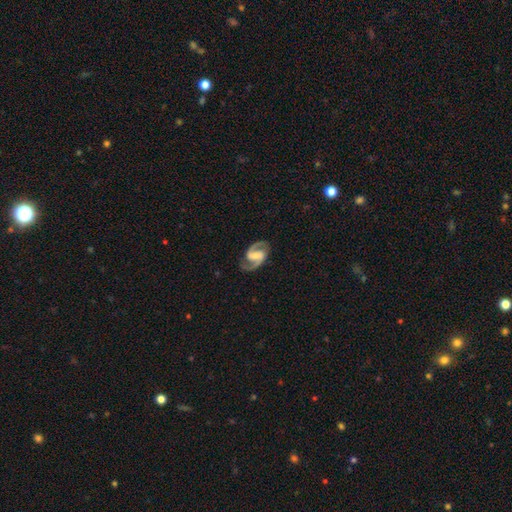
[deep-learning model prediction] A featured or disk galaxy (92%) with a weak bar (43%), 2 (94%) medium (63%) spiral arms (98%) and a small central bulge (36%).

Vote fractions:
- Smooth or featured? featured or disk: 92% / smooth: 5% / star or artifact: 4%
- Edge-on disk? no: 98% / yes: 2%
- Bar? weak: 43% / strong: 38% / no: 18%
- Spiral arms? yes: 98% / no: 2%
- Spiral winding? medium: 63% / tight: 22% / loose: 16%
- Spiral arm count? 2: 94% / can't tell: 2% / 1: 1% / 3: 1% / 4: 1% / more than 4: 1%
- Bulge size? small: 36% / moderate: 34% / none: 22% / large: 8% / dominant: 1%
- Merging? none: 84% / minor disturbance: 11% / major disturbance: 4% / merger: 1%